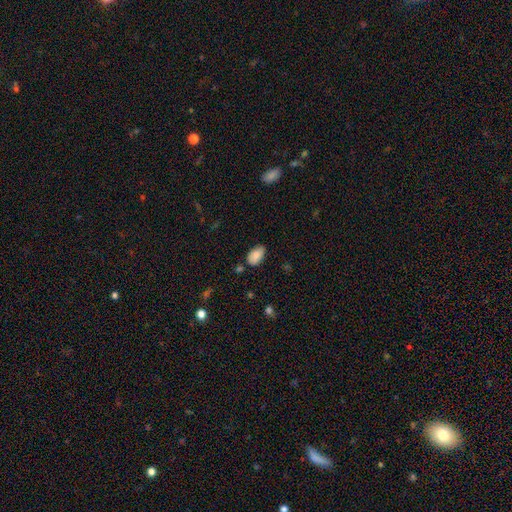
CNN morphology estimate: smooth 83%, featured or disk 9%, star or artifact 8%. Down the decision tree: how rounded — in between (93%); merging — none (71%).